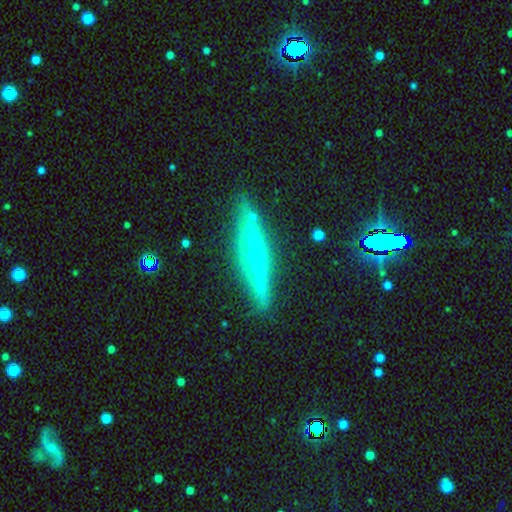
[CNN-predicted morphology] smooth-or-featured: featured or disk: 65% | smooth: 23% | star or artifact: 12%
  disk-edge-on: yes: 90% | no: 10%
    edge-on-bulge: rounded: 66% | none: 25% | boxy: 8%
  merging: none: 83% | minor disturbance: 13% | major disturbance: 3% | merger: 2%